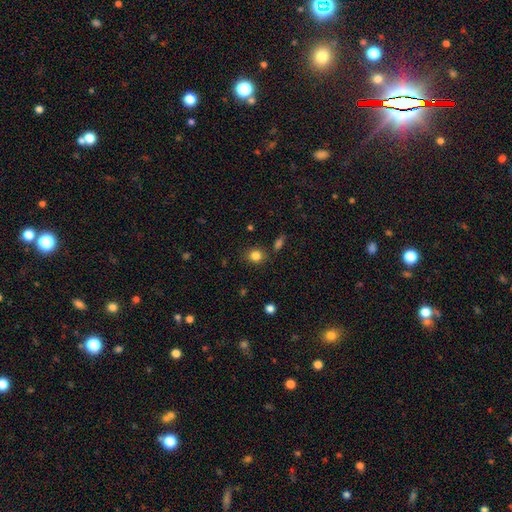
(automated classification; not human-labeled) smooth_or_featured: smooth (p=0.83) [alt: star or artifact p=0.11]
how_rounded: round (p=0.76) [alt: in between p=0.23]
merging: none (p=0.82) [alt: minor disturbance p=0.11]